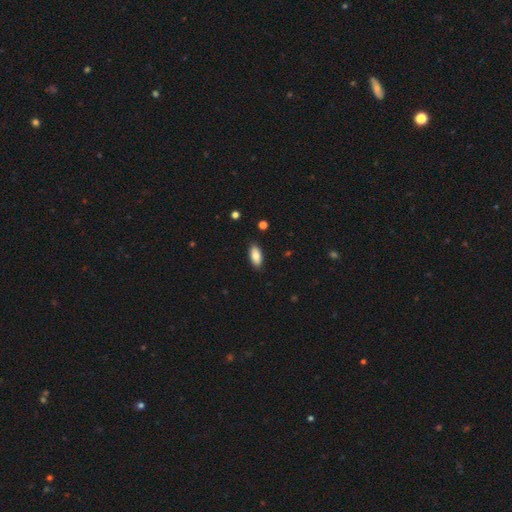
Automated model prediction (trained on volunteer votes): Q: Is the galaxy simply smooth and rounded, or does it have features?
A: smooth — 84%.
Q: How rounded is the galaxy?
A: in between — 90%.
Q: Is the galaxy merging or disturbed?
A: none — 88%.